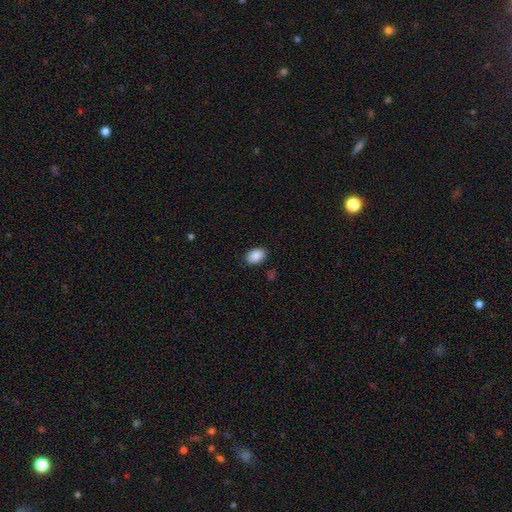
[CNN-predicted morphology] smooth-or-featured: smooth: 89% | star or artifact: 7% | featured or disk: 4%
  how-rounded: in between: 88% | round: 11% | cigar-shaped: 1%
  merging: none: 88% | minor disturbance: 9% | major disturbance: 2% | merger: 1%